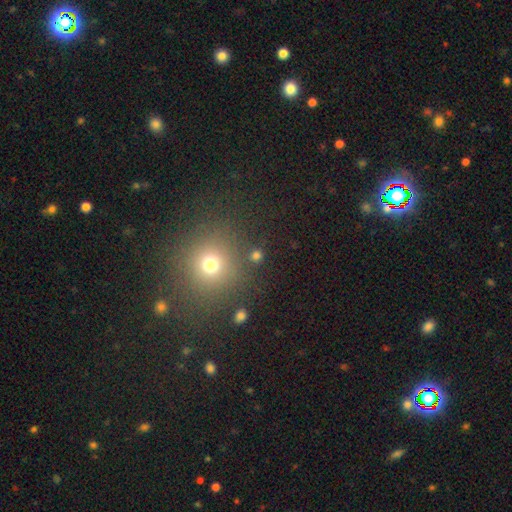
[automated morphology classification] This appears to be a smooth galaxy with no disk features (66%) that is round (89%). Merging: none (82%).